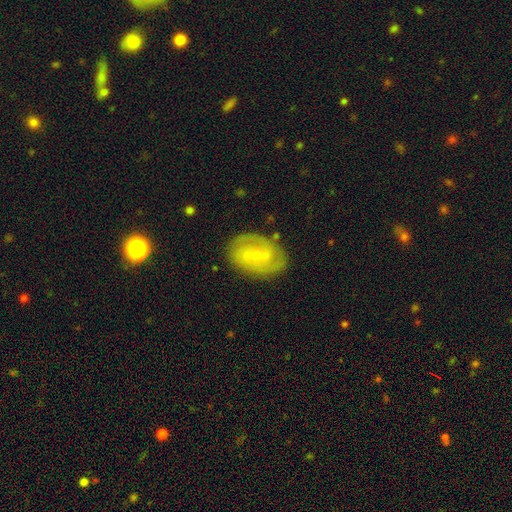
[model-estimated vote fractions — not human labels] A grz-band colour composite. It shows a featured or disk galaxy (69%) with a weak bar (52%), 2 (71%) medium (43%) spiral arms (80%) and a small central bulge (77%). Merging: none (78%).